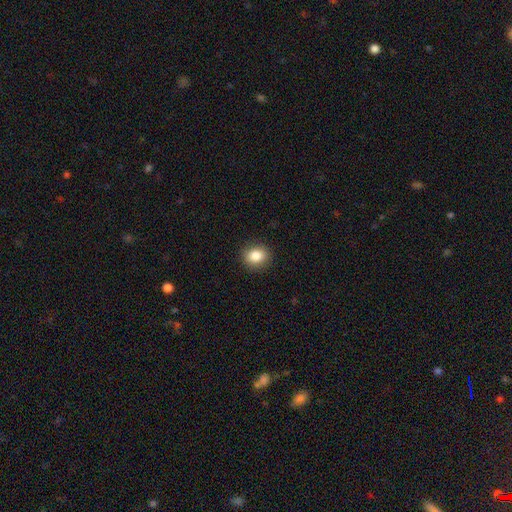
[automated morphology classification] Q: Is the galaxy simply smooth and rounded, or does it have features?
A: smooth — 85%.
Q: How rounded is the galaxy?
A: round — 66%.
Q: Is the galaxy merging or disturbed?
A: none — 90%.